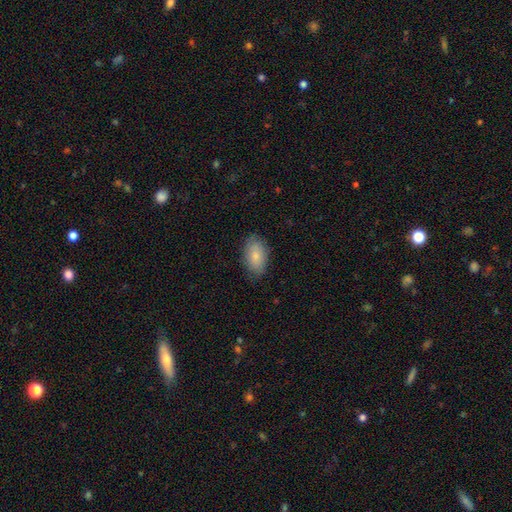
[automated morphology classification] smooth_or_featured: smooth (p=0.81) [alt: featured or disk p=0.12]
how_rounded: in between (p=0.92) [alt: round p=0.06]
merging: none (p=0.81) [alt: minor disturbance p=0.15]